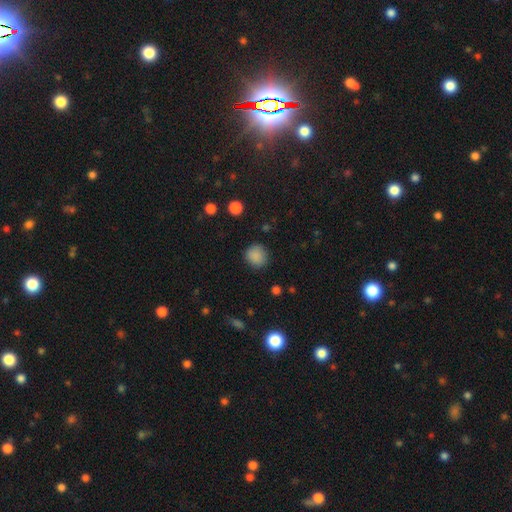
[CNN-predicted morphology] This is clearly a smooth galaxy (86%). How rounded: clearly round (87%). Merging: clearly none (85%).